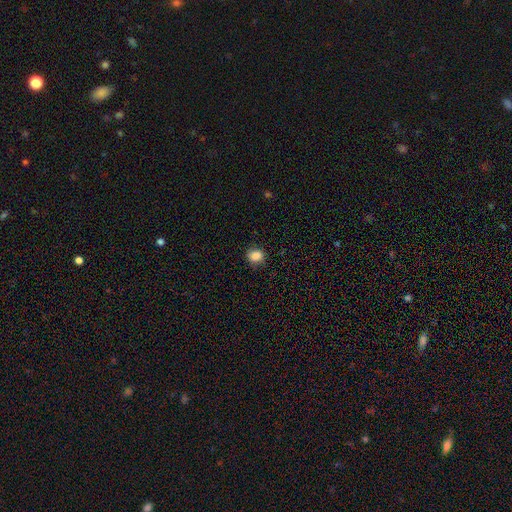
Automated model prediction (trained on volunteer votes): Smooth or featured? smooth (86%)
How rounded? round (68%)
Merging? none (86%)